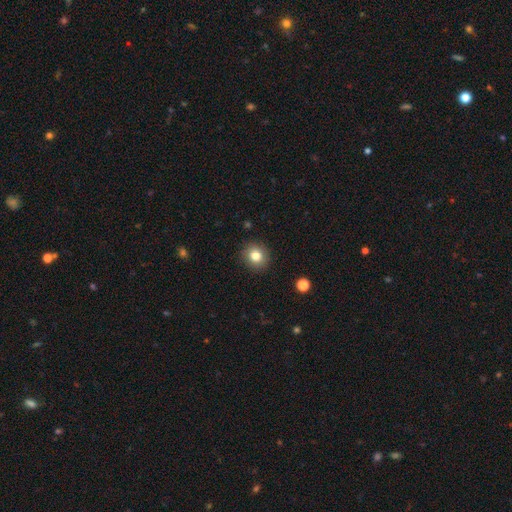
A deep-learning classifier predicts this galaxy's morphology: Smooth or featured? smooth (81%)
How rounded? round (83%)
Merging? none (90%)